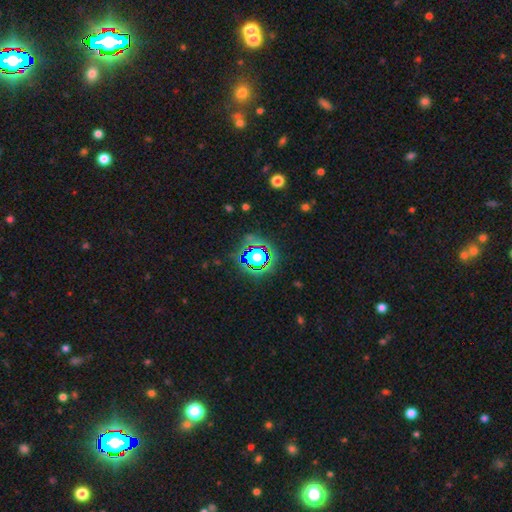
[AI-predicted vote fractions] This appears to be a star or artifact, not a galaxy (79%).